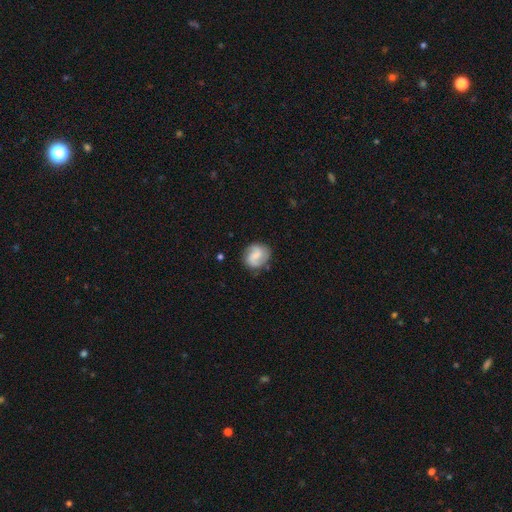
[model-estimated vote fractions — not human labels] featured or disk 59%, smooth 34%, star or artifact 7%. Down the decision tree: edge-on disk — no (98%); bar — weak (48%); spiral arms — yes (91%); spiral arm count — 2 (83%); spiral winding — medium (45%); bulge size — small (38%); merging — none (75%).